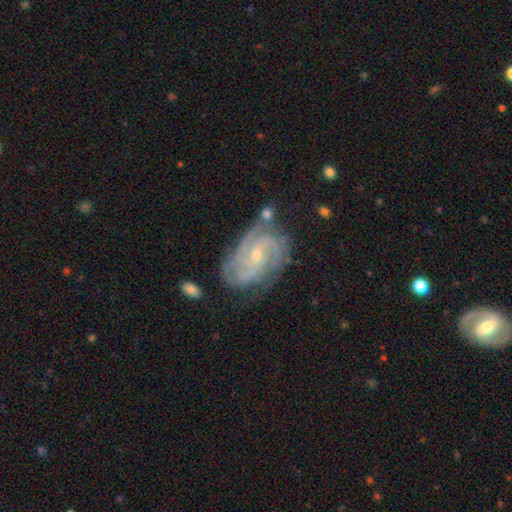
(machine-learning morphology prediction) A featured or disk galaxy (88%) with no bar (56%), 3 (30%) tight (55%) spiral arms (97%) and a small central bulge (76%).

Vote fractions:
- Smooth or featured? featured or disk: 88% / smooth: 6% / star or artifact: 6%
- Edge-on disk? no: 97% / yes: 3%
- Bar? no: 56% / weak: 35% / strong: 8%
- Spiral arms? yes: 97% / no: 3%
- Spiral winding? tight: 55% / medium: 38% / loose: 7%
- Spiral arm count? 3: 30% / 2: 24% / can't tell: 18% / 4: 17% / more than 4: 6% / 1: 5%
- Bulge size? small: 76% / moderate: 21% / none: 2% / large: 1% / dominant: 1%
- Merging? none: 64% / minor disturbance: 23% / major disturbance: 8% / merger: 5%